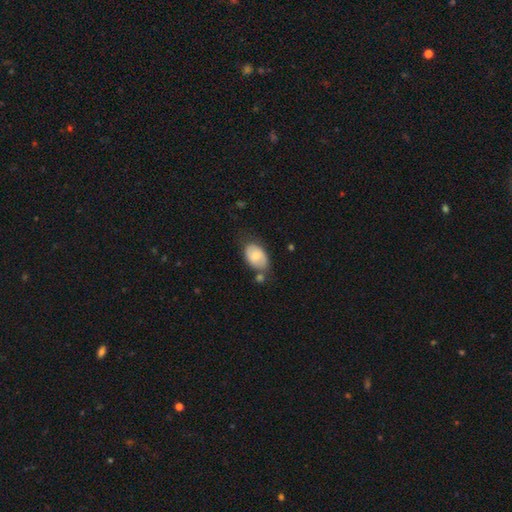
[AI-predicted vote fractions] A smooth galaxy with no disk features (72%) that is in between round and cigar-shaped (88%). Merging: none (58%).